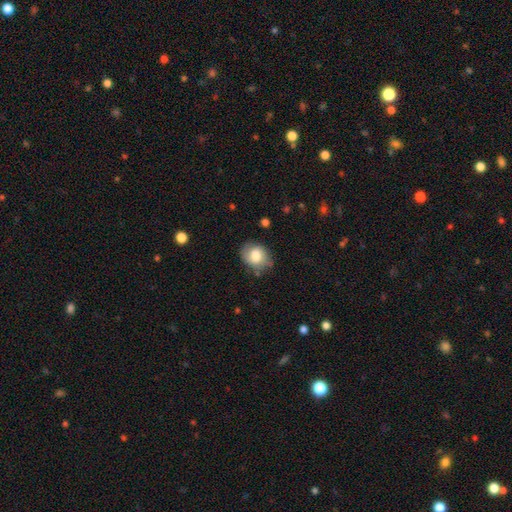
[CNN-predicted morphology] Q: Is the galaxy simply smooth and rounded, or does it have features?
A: smooth — 71%.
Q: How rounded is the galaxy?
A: round — 52%.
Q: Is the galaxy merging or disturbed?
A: none — 70%.